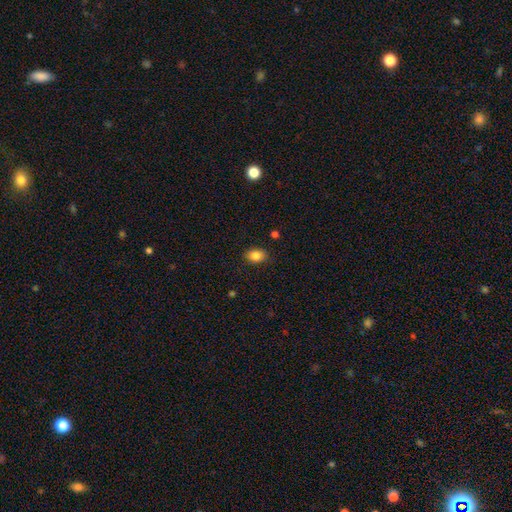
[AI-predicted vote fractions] The model was most divided on "how rounded": in between: 70%, round: 29%, cigar-shaped: 1%. More confident: merging — none (84%); smooth or featured — smooth (84%).